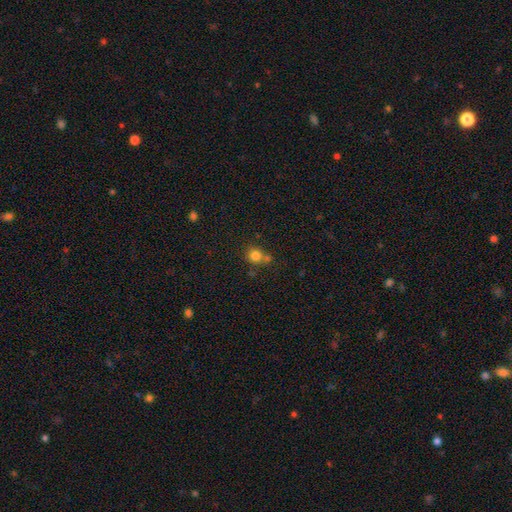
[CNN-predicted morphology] Overall: smooth (80%). How rounded: round (87%). Merging: none (57%; merger 29%).